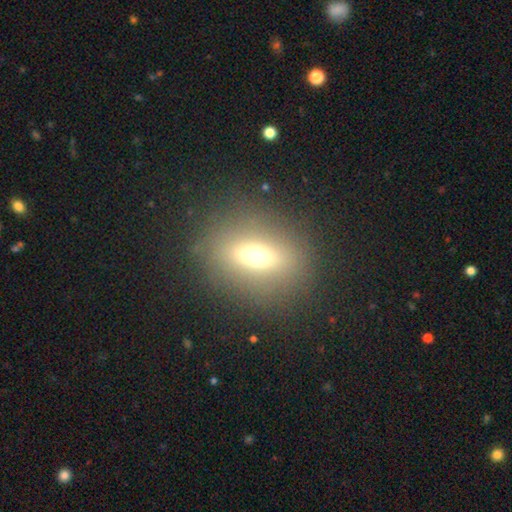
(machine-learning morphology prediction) The model was most divided on "smooth or featured": smooth: 57%, featured or disk: 28%, star or artifact: 15%. More confident: merging — none (86%); how rounded — in between (62%).